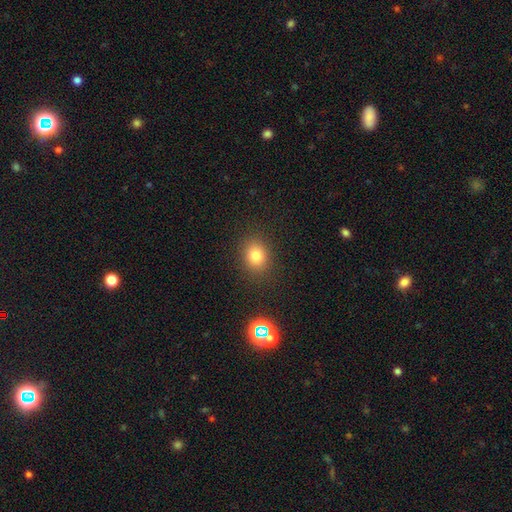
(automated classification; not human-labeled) This is likely a smooth galaxy (79%). How rounded: possibly round (58%). Merging: clearly none (86%).